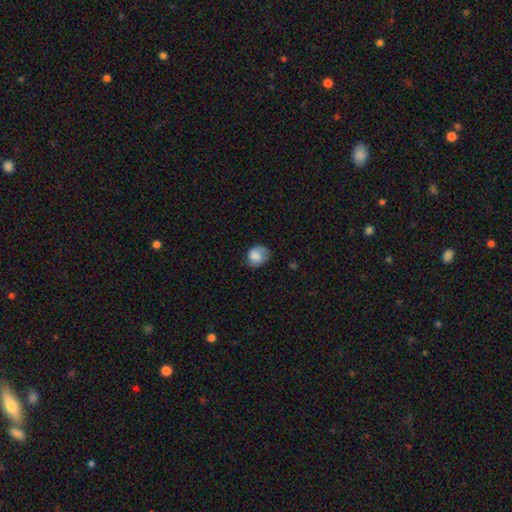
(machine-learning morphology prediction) Smooth or featured: smooth — 73% (featured or disk — 19%)
How rounded: round — 59% (in between — 40%)
Merging: none — 57% (minor disturbance — 30%)